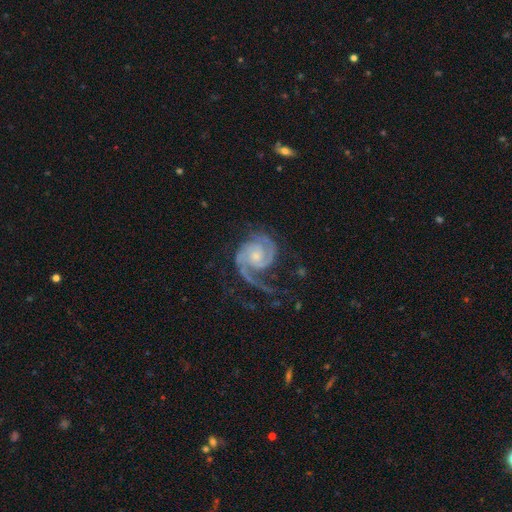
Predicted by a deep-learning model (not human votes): A featured or disk galaxy (92%) with no bar (63%), 2 (79%) tight (49%) spiral arms (98%) and a small central bulge (58%).

Vote fractions:
- Smooth or featured? featured or disk: 92% / star or artifact: 4% / smooth: 3%
- Edge-on disk? no: 98% / yes: 2%
- Bar? no: 63% / weak: 29% / strong: 8%
- Spiral arms? yes: 98% / no: 2%
- Spiral winding? tight: 49% / medium: 42% / loose: 8%
- Spiral arm count? 2: 79% / 3: 9% / can't tell: 4% / 1: 4% / 4: 2% / more than 4: 2%
- Bulge size? small: 58% / moderate: 33% / none: 6% / large: 2% / dominant: 1%
- Merging? none: 63% / minor disturbance: 19% / major disturbance: 16% / merger: 2%